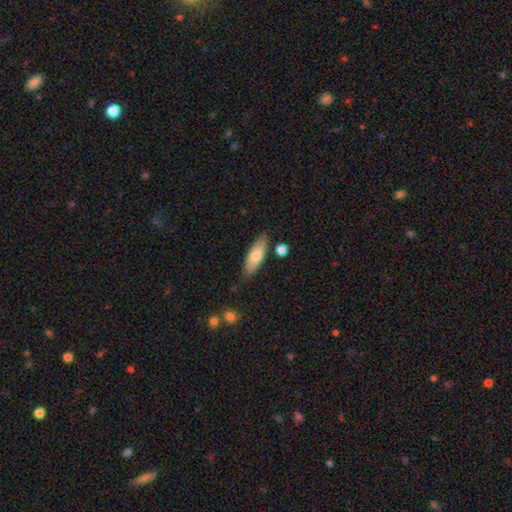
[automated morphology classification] Overall: smooth (72%). How rounded: in between (59%; cigar-shaped 39%). Merging: none (80%).